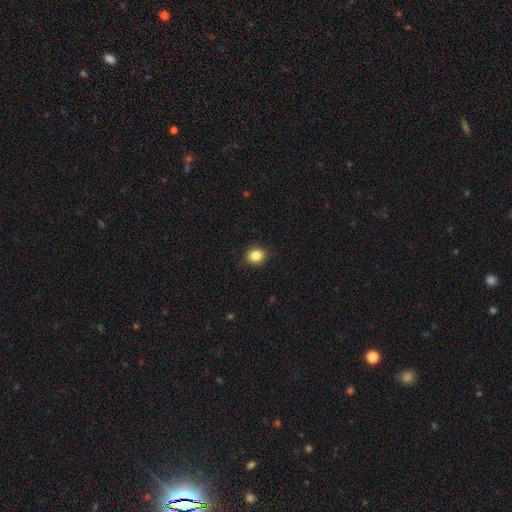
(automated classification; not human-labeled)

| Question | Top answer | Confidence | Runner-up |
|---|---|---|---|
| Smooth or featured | smooth | 86% | star or artifact (10%) |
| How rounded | round | 73% | in between (26%) |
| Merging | none | 83% | minor disturbance (14%) |